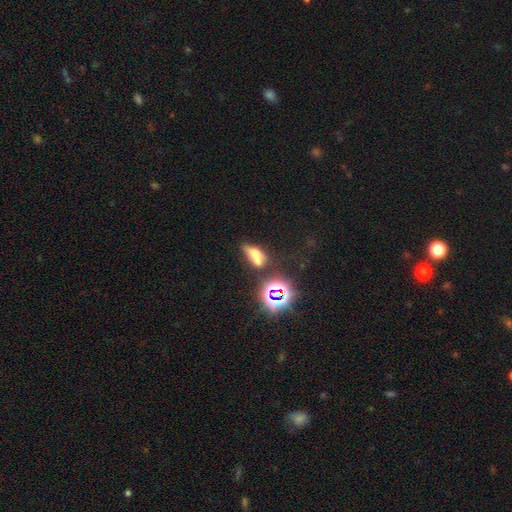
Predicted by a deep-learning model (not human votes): Q: Smooth or featured?
A: smooth (50%); runner-up: featured or disk (25%)
Q: Merging?
A: merger (42%); runner-up: none (28%)